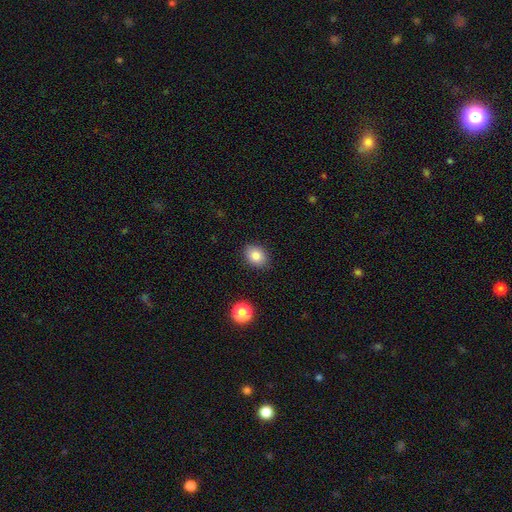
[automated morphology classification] A smooth galaxy with no disk features (84%) that is in between round and cigar-shaped (62%). Merging: none (87%).